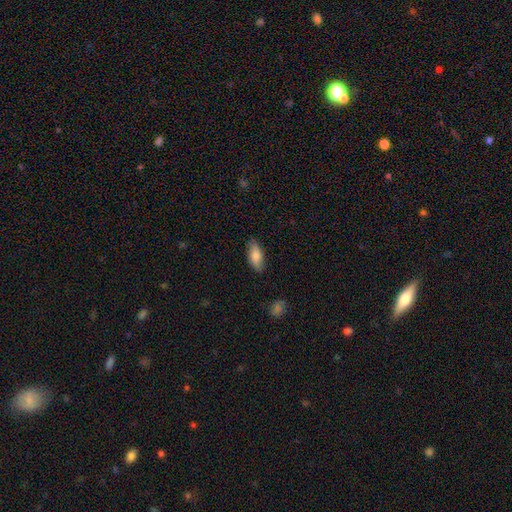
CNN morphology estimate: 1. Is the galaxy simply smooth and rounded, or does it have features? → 80% smooth, 13% featured or disk, 6% star or artifact.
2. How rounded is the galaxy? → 83% in between, 15% cigar-shaped, 2% round.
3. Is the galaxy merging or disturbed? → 82% none, 14% minor disturbance, 3% major disturbance, 1% merger.